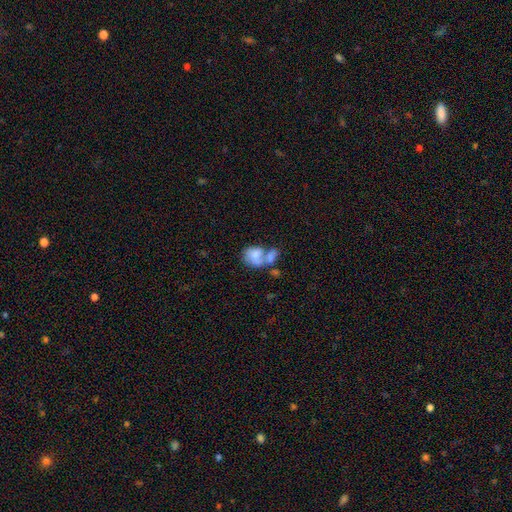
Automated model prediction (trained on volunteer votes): Q: Smooth or featured?
A: smooth (66%); runner-up: featured or disk (25%)
Q: How rounded?
A: in between (63%); runner-up: round (36%)
Q: Merging?
A: merger (62%); runner-up: none (16%)